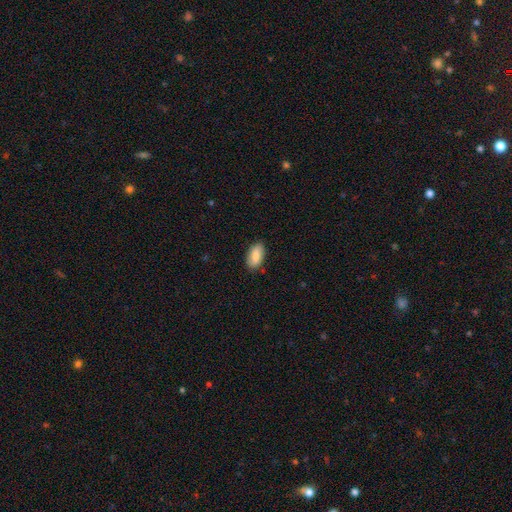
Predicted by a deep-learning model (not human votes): A smooth galaxy with no disk features (79%) that is in between round and cigar-shaped (92%).

Vote fractions:
- Smooth or featured? smooth: 79% / featured or disk: 15% / star or artifact: 6%
- How rounded? in between: 92% / cigar-shaped: 4% / round: 4%
- Merging? none: 86% / minor disturbance: 11% / major disturbance: 2% / merger: 1%